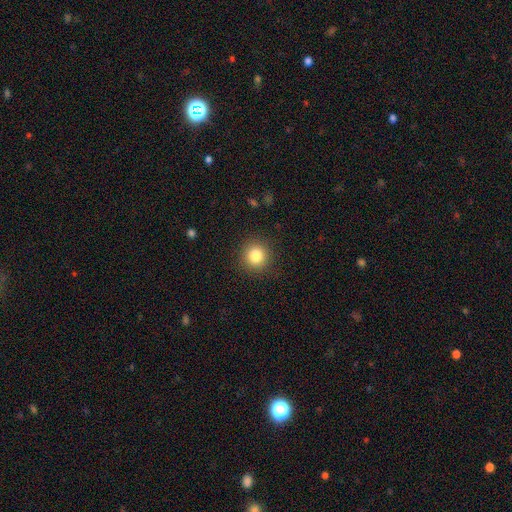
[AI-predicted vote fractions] Smooth or featured? Predicted: smooth (p=0.84). How rounded? Predicted: round (p=0.93). Merging? Predicted: none (p=0.90).